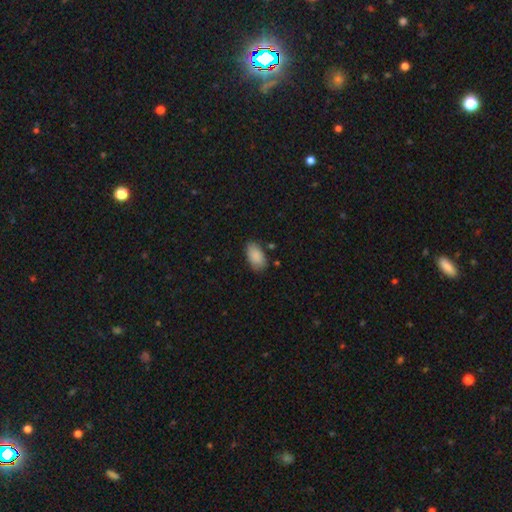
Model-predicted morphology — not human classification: smooth-or-featured: smooth: 89% | star or artifact: 7% | featured or disk: 5%
  how-rounded: in between: 94% | round: 4% | cigar-shaped: 2%
  merging: none: 77% | minor disturbance: 17% | major disturbance: 3% | merger: 2%